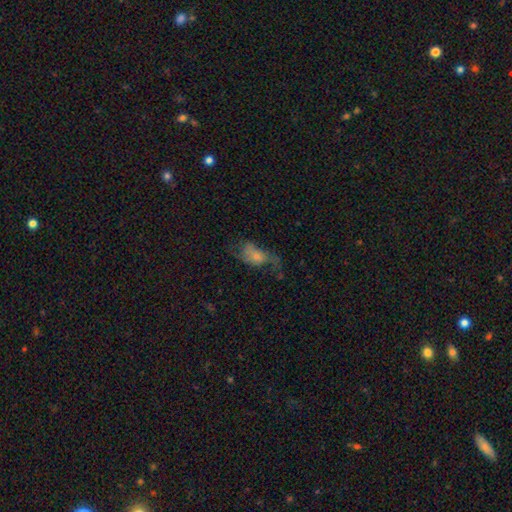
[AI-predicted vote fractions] The model was most divided on "smooth or featured": featured or disk: 45%, smooth: 44%, star or artifact: 11%. Remaining: merging — major disturbance (45%).